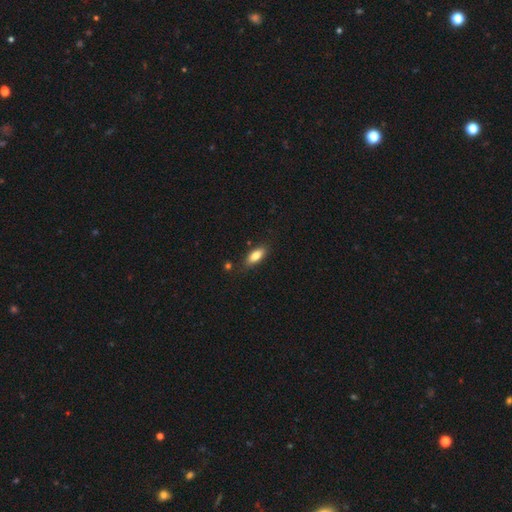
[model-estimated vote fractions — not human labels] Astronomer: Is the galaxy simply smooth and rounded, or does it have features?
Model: smooth — 81%.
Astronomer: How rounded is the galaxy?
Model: in between — 82%.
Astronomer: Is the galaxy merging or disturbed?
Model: none — 81%.